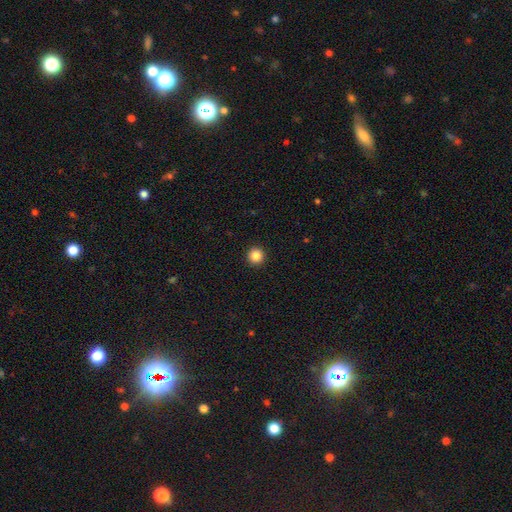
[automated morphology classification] The model was most divided on "smooth or featured": smooth: 86%, star or artifact: 11%, featured or disk: 4%. More confident: how rounded — round (96%); merging — none (94%).